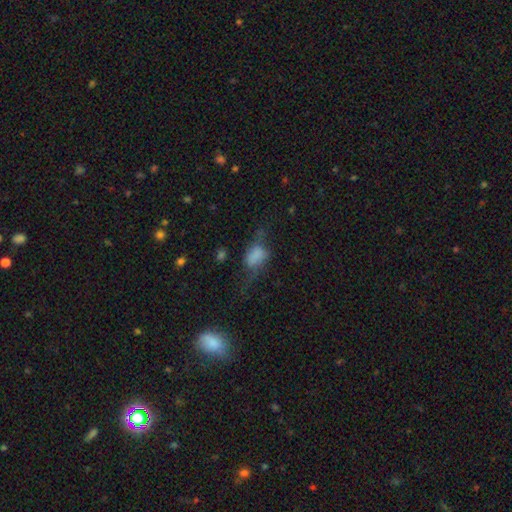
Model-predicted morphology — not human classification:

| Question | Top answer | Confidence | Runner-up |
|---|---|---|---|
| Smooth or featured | smooth | 65% | featured or disk (23%) |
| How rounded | in between | 84% | round (12%) |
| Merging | major disturbance | 41% | none (29%) |